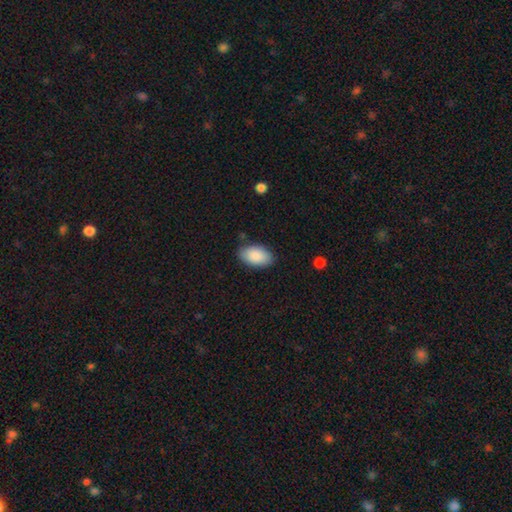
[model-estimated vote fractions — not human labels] Morphology: type=smooth (89%); roundness=in between (95%); merging=none (83%).